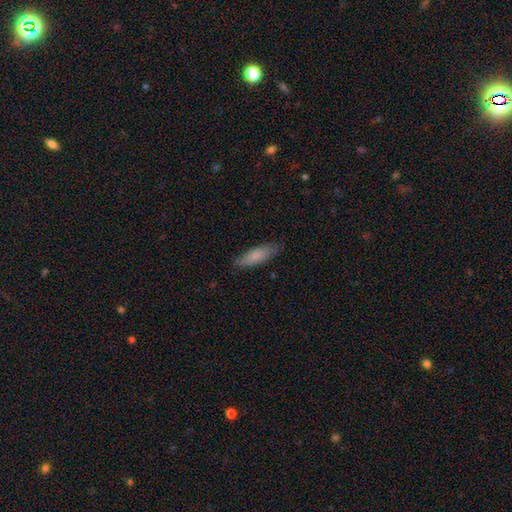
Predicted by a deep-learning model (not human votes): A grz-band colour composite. It shows a smooth galaxy with no disk features (80%) that is cigar-shaped (54%). Merging: none (82%).